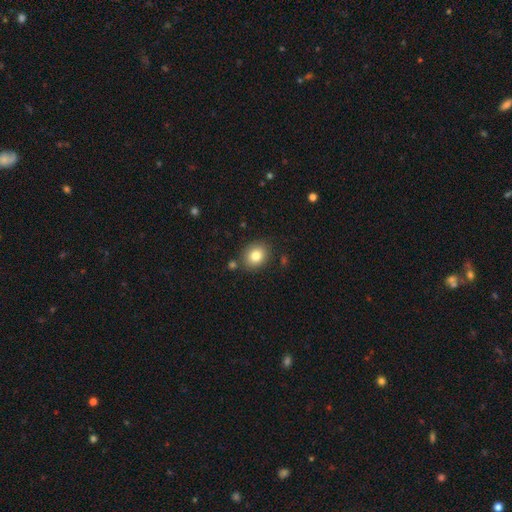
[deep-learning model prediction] The model was most divided on "how rounded": round: 60%, in between: 39%, cigar-shaped: 1%. More confident: smooth or featured — smooth (82%); merging — none (82%).